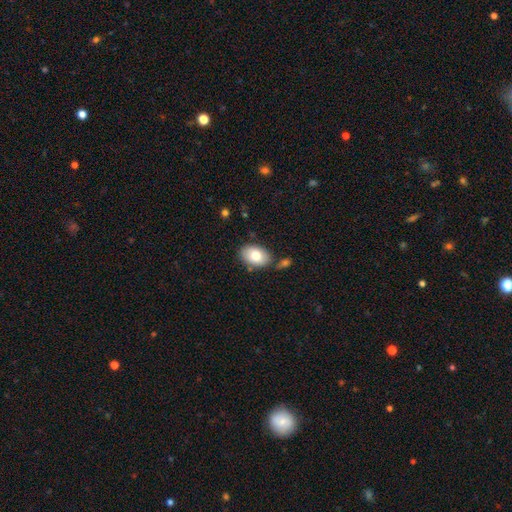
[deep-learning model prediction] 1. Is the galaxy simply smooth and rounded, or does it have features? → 79% smooth, 15% featured or disk, 7% star or artifact.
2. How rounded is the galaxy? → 89% in between, 10% round, 1% cigar-shaped.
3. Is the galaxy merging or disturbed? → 74% none, 15% minor disturbance, 8% merger, 3% major disturbance.